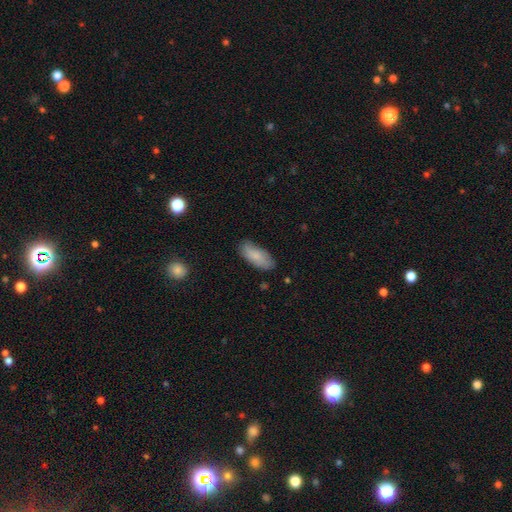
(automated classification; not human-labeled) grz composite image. It shows a smooth galaxy with no disk features (80%) that is in between round and cigar-shaped (83%). Merging: none (80%).